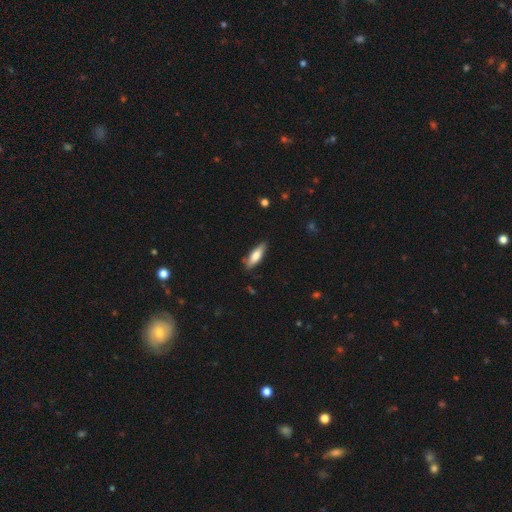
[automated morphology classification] smooth_or_featured: smooth (p=0.74) [alt: featured or disk p=0.20]
how_rounded: in between (p=0.54) [alt: cigar-shaped p=0.45]
merging: none (p=0.81) [alt: minor disturbance p=0.15]